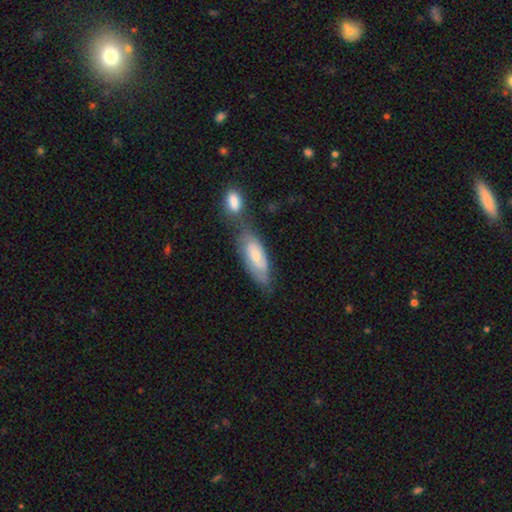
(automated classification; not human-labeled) Smooth or featured? Predicted: featured or disk (p=0.50). Edge-on disk? Predicted: no (p=0.85). Merging? Predicted: none (p=0.43).